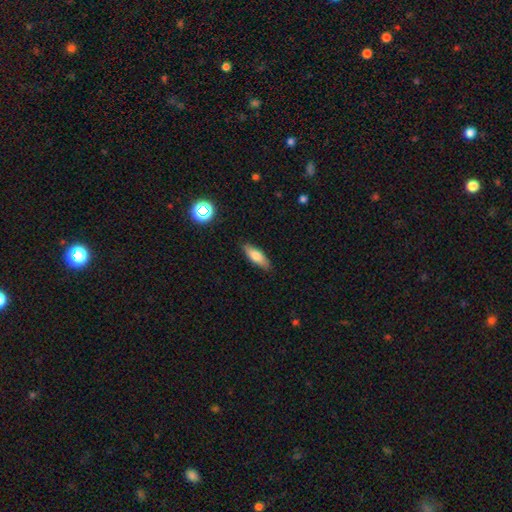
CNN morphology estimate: Smooth or featured?
  - smooth: 76% *
  - featured or disk: 16%
  - star or artifact: 8%
How rounded?
  - in between: 62% *
  - cigar-shaped: 36%
  - round: 2%
Merging?
  - none: 86% *
  - minor disturbance: 11%
  - major disturbance: 2%
  - merger: 1%